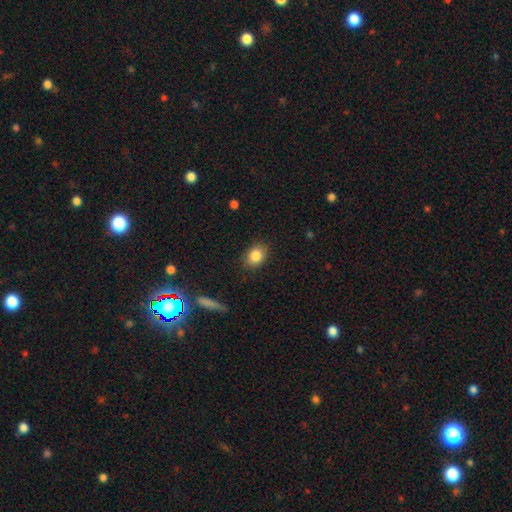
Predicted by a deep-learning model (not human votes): Smooth or featured? Predicted: smooth (p=0.85). How rounded? Predicted: in between (p=0.60). Merging? Predicted: none (p=0.86).